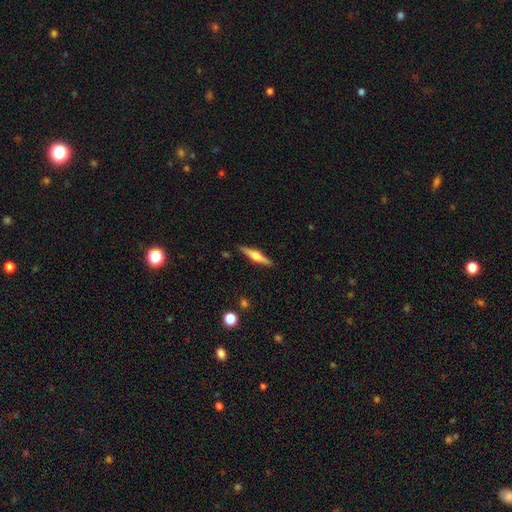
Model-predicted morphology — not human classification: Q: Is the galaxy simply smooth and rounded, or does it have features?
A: featured or disk — 72%.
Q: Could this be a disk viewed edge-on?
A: yes — 98%.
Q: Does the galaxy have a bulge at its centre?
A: rounded — 91%.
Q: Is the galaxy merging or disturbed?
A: none — 90%.